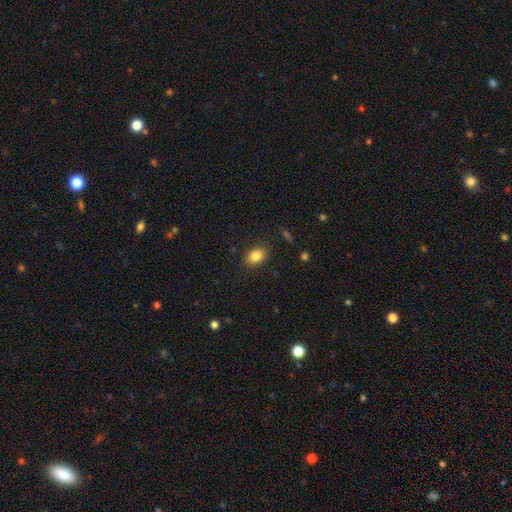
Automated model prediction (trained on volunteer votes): smooth 83%, star or artifact 9%, featured or disk 8%. Down the decision tree: how rounded — in between (80%); merging — none (86%).